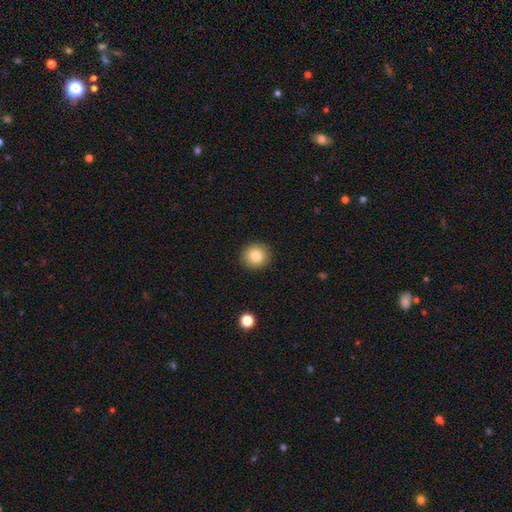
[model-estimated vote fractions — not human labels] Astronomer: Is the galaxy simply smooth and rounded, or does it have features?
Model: smooth — 82%.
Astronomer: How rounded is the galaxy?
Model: round — 91%.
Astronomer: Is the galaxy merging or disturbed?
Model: none — 92%.